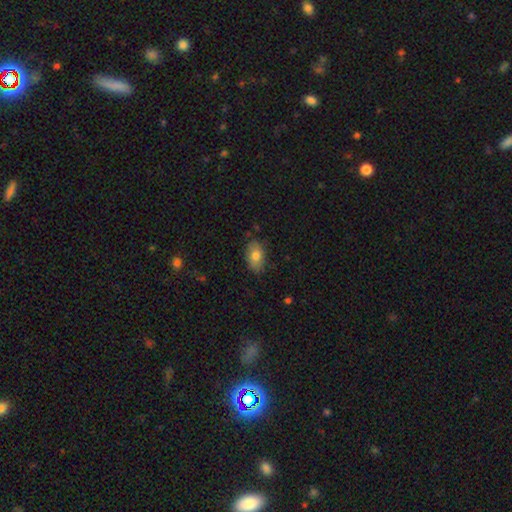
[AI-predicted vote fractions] Smooth or featured?
  - smooth: 77% *
  - featured or disk: 15%
  - star or artifact: 7%
How rounded?
  - in between: 90% *
  - round: 8%
  - cigar-shaped: 2%
Merging?
  - none: 80% *
  - minor disturbance: 16%
  - major disturbance: 3%
  - merger: 1%